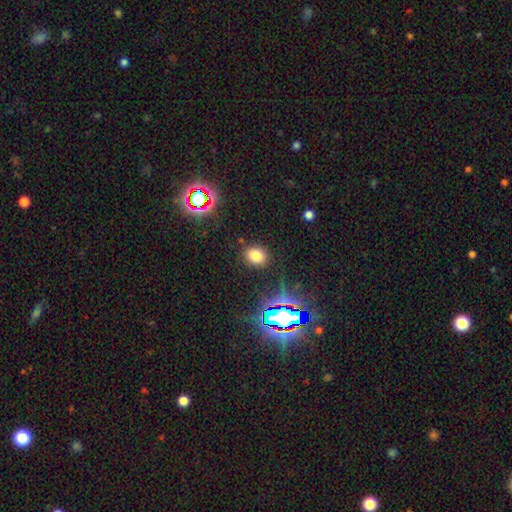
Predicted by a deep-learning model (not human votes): This appears to be a smooth galaxy with no disk features (74%) that is round (66%). Merging: none (85%).